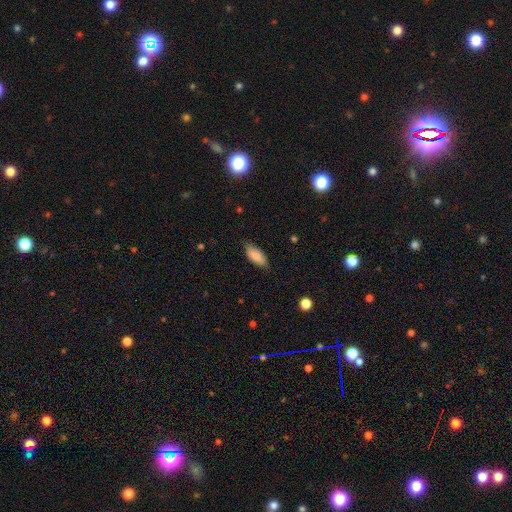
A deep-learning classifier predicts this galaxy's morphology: Overall: smooth (84%). How rounded: in between (83%). Merging: none (77%).